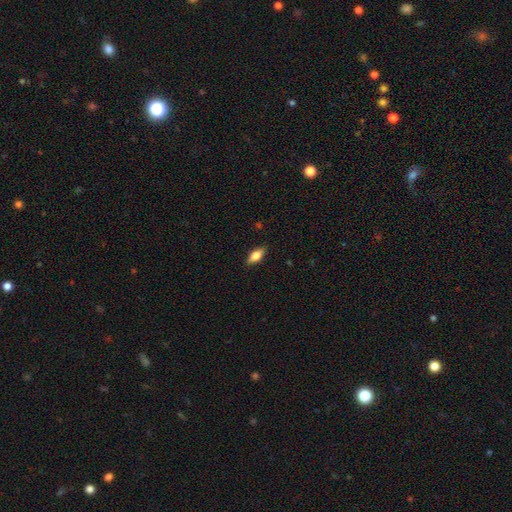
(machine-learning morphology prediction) smooth 72%, featured or disk 21%, star or artifact 7%. Down the decision tree: how rounded — in between (82%); merging — none (87%).